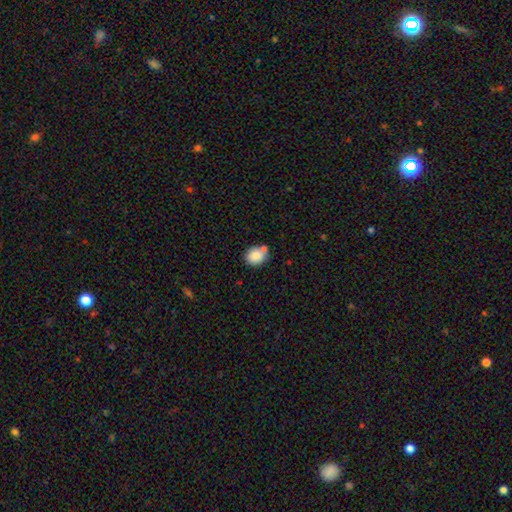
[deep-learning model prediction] The model was most divided on "how rounded": round: 64%, in between: 35%, cigar-shaped: 1%. More confident: smooth or featured — smooth (85%); merging — none (68%).